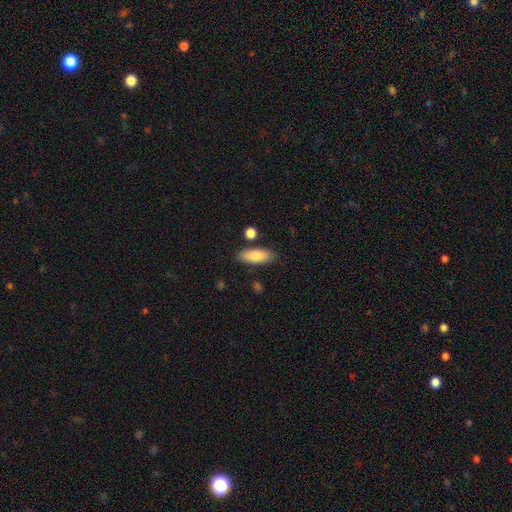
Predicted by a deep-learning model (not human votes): This appears to be a smooth galaxy with no disk features (84%) that is in between round and cigar-shaped (73%). Merging: none (83%).